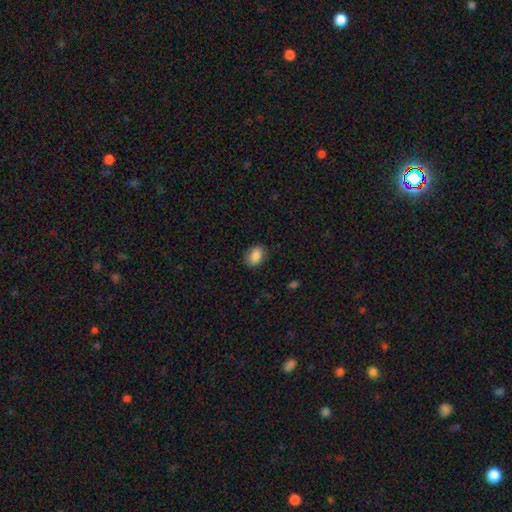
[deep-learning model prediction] Smooth or featured? Predicted: smooth (p=0.87). How rounded? Predicted: in between (p=0.78). Merging? Predicted: none (p=0.82).